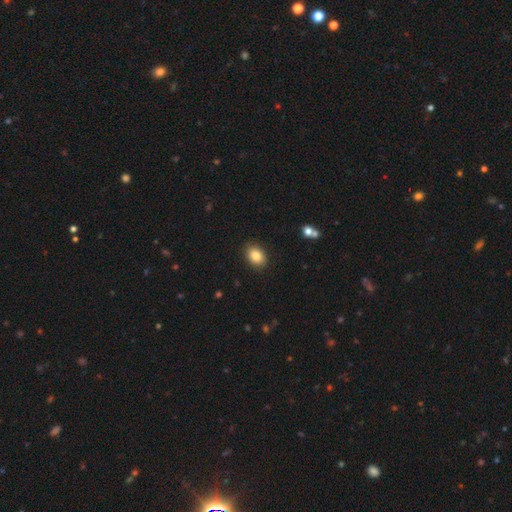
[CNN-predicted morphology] type=smooth (86%); roundness=in between (72%); merging=none (88%).